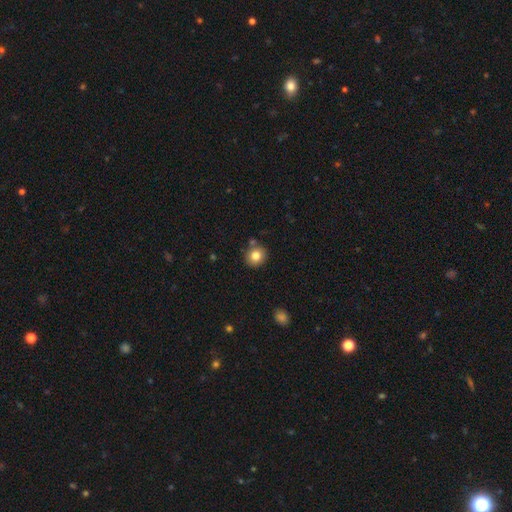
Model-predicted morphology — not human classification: A smooth galaxy with no disk features (81%) that is round (83%).

Vote fractions:
- Smooth or featured? smooth: 81% / star or artifact: 10% / featured or disk: 8%
- How rounded? round: 83% / in between: 16% / cigar-shaped: 1%
- Merging? none: 79% / minor disturbance: 10% / merger: 8% / major disturbance: 2%